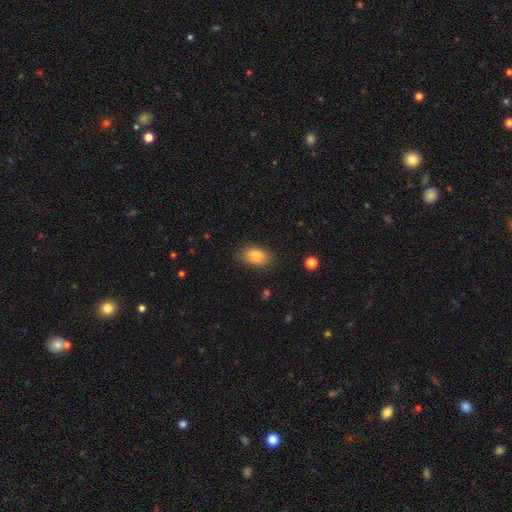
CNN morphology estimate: This is clearly a smooth galaxy (83%). How rounded: clearly in between (89%). Merging: likely none (79%).